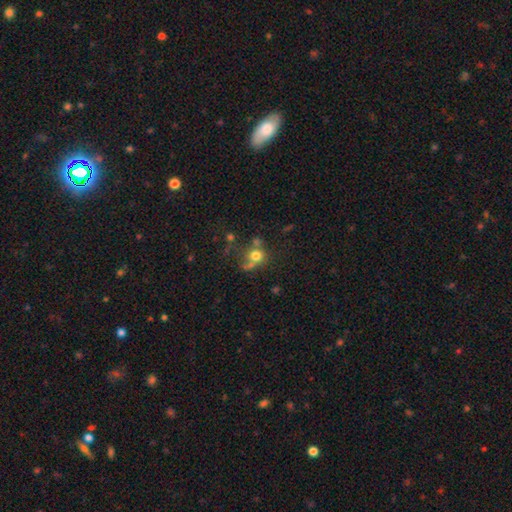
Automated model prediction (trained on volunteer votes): Q: Smooth or featured?
A: smooth (71%); runner-up: star or artifact (15%)
Q: How rounded?
A: round (82%); runner-up: in between (17%)
Q: Merging?
A: none (48%); runner-up: merger (28%)